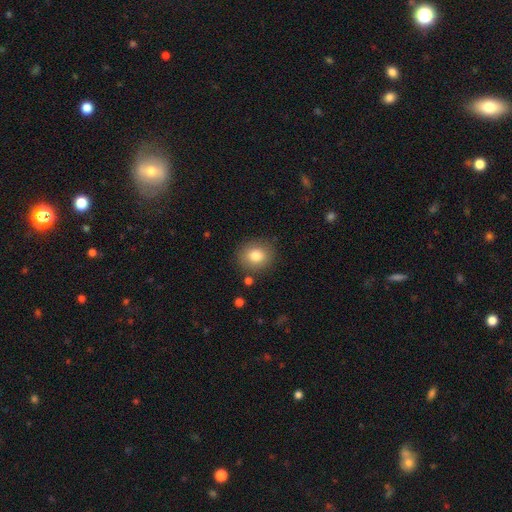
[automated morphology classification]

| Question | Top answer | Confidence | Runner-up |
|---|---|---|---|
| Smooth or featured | smooth | 80% | star or artifact (10%) |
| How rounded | round | 81% | in between (18%) |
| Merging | none | 85% | minor disturbance (9%) |